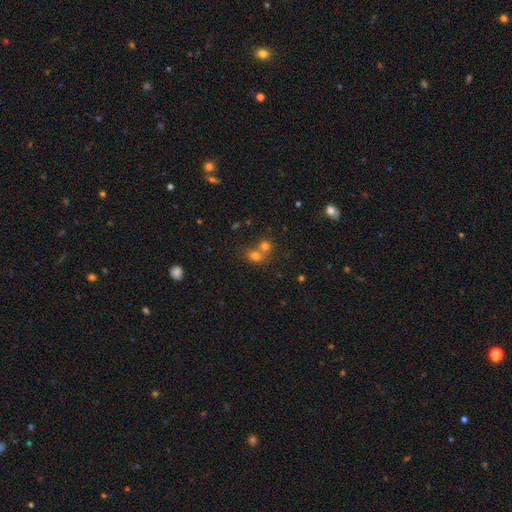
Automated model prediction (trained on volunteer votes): Smooth or featured: smooth — 73% (star or artifact — 17%)
How rounded: round — 64% (in between — 35%)
Merging: merger — 50% (none — 40%)